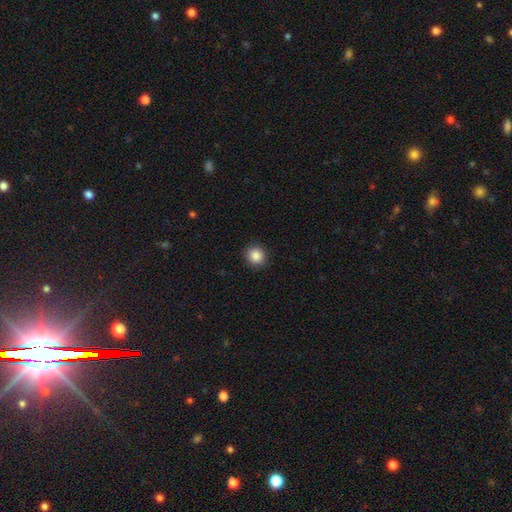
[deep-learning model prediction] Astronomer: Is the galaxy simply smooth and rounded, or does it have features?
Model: smooth — 87%.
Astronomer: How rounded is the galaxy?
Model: round — 87%.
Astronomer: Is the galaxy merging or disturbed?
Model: none — 91%.